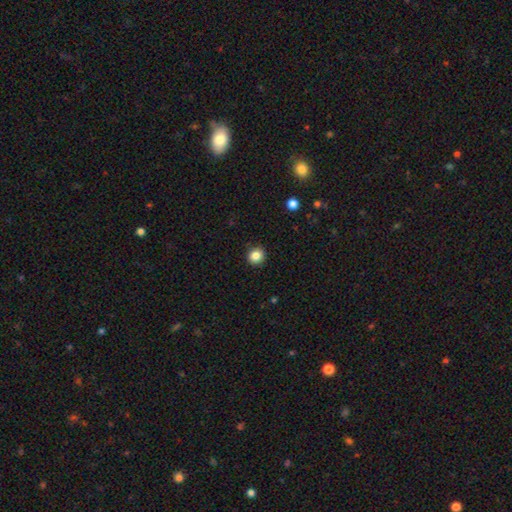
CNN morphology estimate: Smooth or featured?
  - smooth: 85% *
  - star or artifact: 11%
  - featured or disk: 4%
How rounded?
  - round: 90% *
  - in between: 9%
  - cigar-shaped: 1%
Merging?
  - none: 92% *
  - minor disturbance: 6%
  - major disturbance: 2%
  - merger: 1%